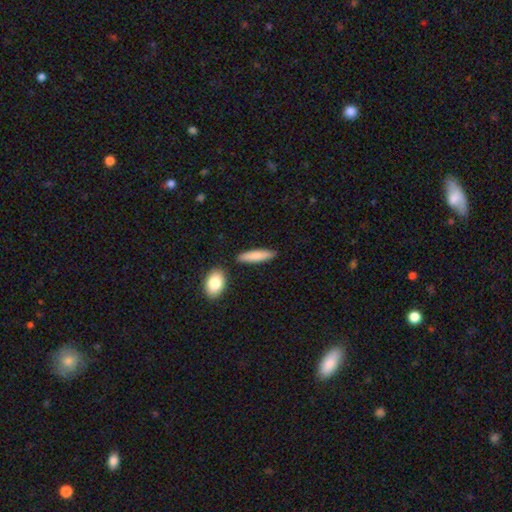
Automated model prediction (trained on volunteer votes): Smooth or featured? smooth (82%)
How rounded? cigar-shaped (75%)
Merging? none (84%)